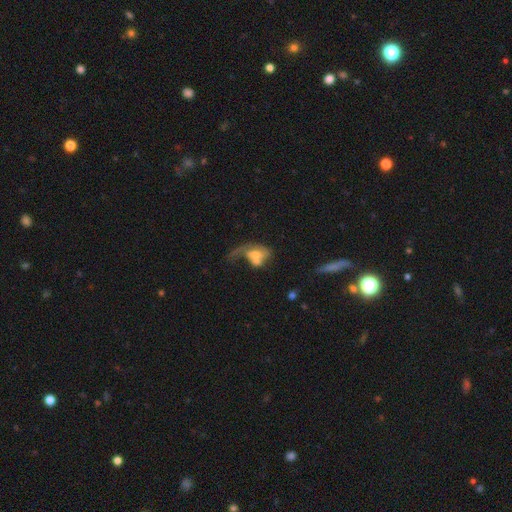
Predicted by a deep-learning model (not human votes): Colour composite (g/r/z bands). It shows a featured or disk galaxy (49%). Merging: major disturbance (38%).